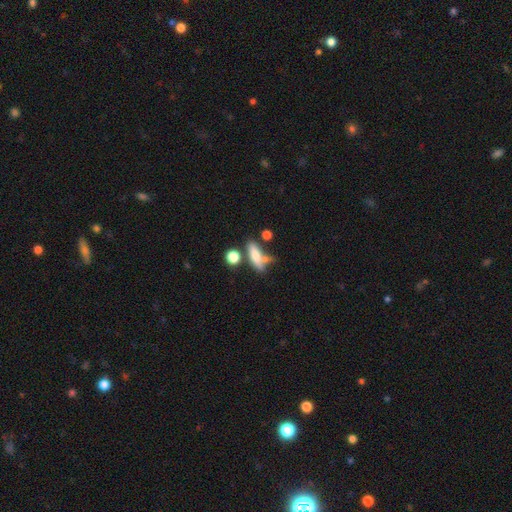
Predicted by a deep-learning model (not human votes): Q: Smooth or featured?
A: smooth (64%); runner-up: featured or disk (27%)
Q: How rounded?
A: in between (52%); runner-up: cigar-shaped (41%)
Q: Merging?
A: none (45%); runner-up: merger (23%)